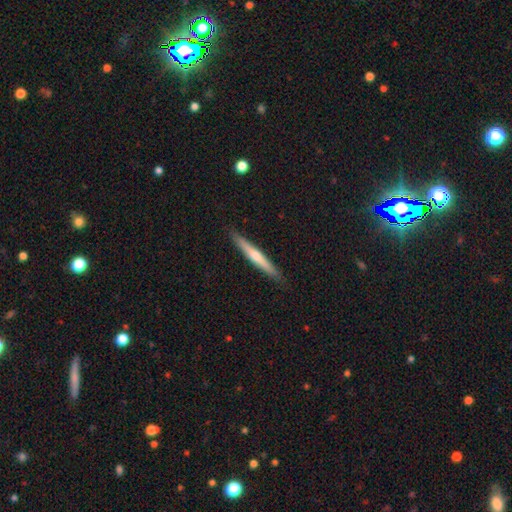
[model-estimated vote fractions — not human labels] This is possibly a featured or disk galaxy (57%). It is clearly viewed edge-on (96%). Edge-on bulge: likely rounded (70%). Merging: clearly none (91%).